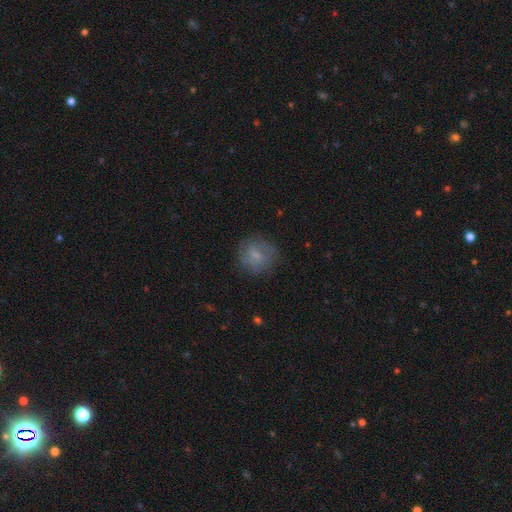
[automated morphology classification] A smooth galaxy with no disk features (63%) that is round (85%). Merging: none (75%).